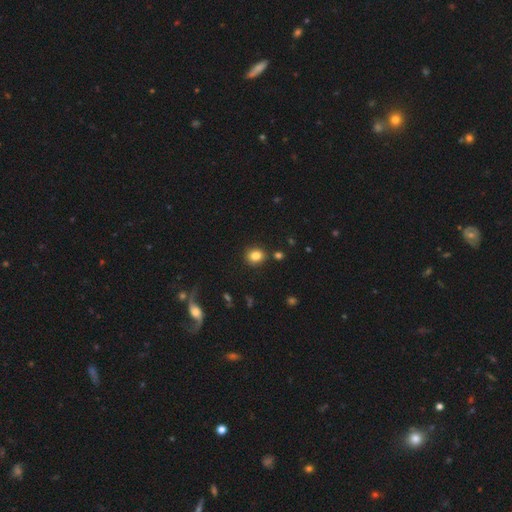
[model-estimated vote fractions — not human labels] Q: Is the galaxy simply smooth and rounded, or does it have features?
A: smooth — 83%.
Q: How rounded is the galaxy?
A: round — 72%.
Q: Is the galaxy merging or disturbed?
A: none — 85%.